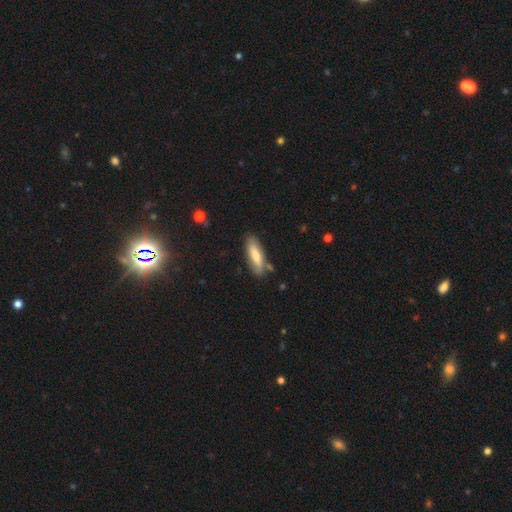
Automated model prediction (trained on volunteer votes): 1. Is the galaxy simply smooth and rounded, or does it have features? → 75% smooth, 19% featured or disk, 6% star or artifact.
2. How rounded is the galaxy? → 53% cigar-shaped, 45% in between, 2% round.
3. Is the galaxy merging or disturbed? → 75% none, 17% minor disturbance, 4% merger, 4% major disturbance.